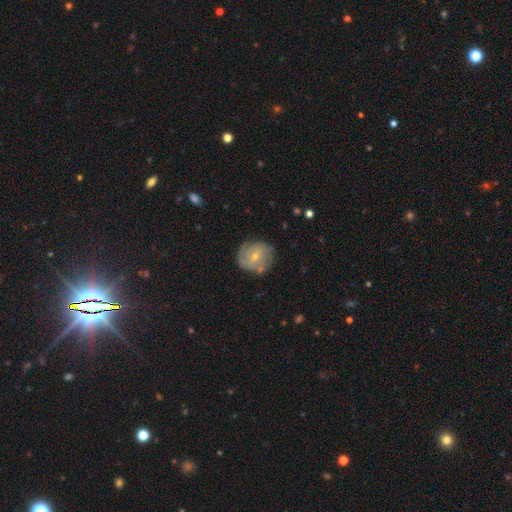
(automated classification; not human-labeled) Overall: featured or disk (60%; smooth 32%). Edge-on disk: no (97%). Bar: no (57%; weak 37%). Spiral arms: yes (80%). Bulge size: small (58%; moderate 38%). Merging: none (69%).